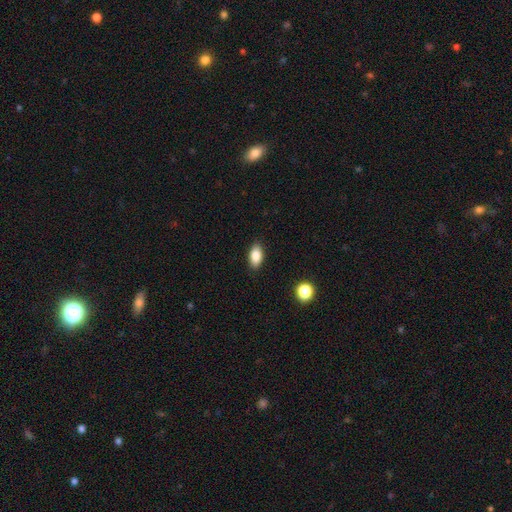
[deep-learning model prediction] Smooth or featured: smooth — 85% (star or artifact — 8%)
How rounded: in between — 91% (round — 5%)
Merging: none — 88% (minor disturbance — 8%)